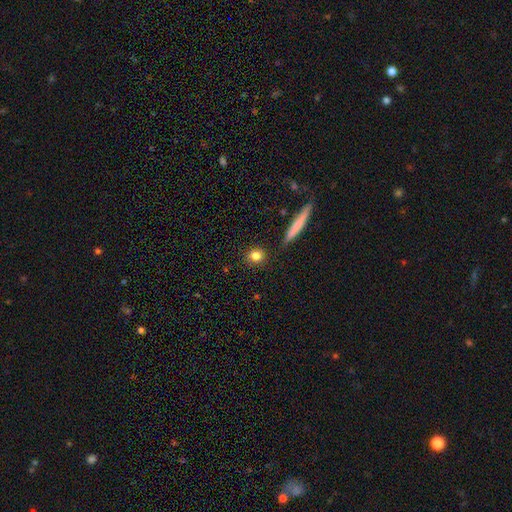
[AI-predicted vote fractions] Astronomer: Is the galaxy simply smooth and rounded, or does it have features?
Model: smooth — 81%.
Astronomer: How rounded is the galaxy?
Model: round — 81%.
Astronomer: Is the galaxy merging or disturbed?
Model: none — 89%.